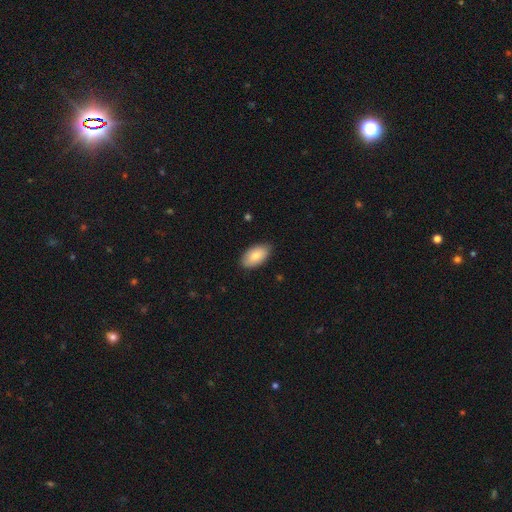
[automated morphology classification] smooth-or-featured: smooth: 81% | featured or disk: 13% | star or artifact: 6%
  how-rounded: in between: 95% | round: 3% | cigar-shaped: 2%
  merging: none: 85% | minor disturbance: 12% | major disturbance: 2% | merger: 1%